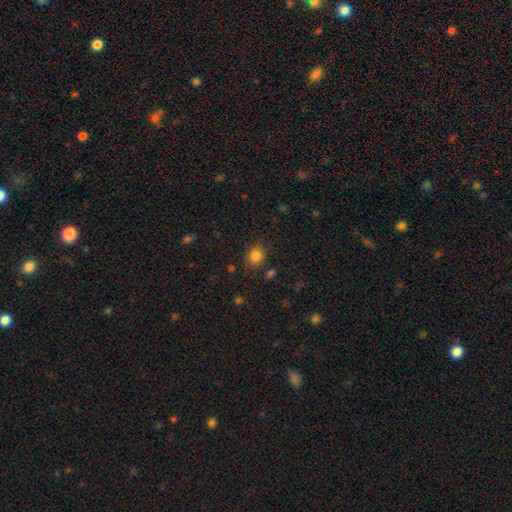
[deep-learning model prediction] smooth-or-featured: smooth: 83% | star or artifact: 12% | featured or disk: 5%
  how-rounded: round: 72% | in between: 27% | cigar-shaped: 1%
  merging: none: 83% | minor disturbance: 10% | major disturbance: 3% | merger: 3%